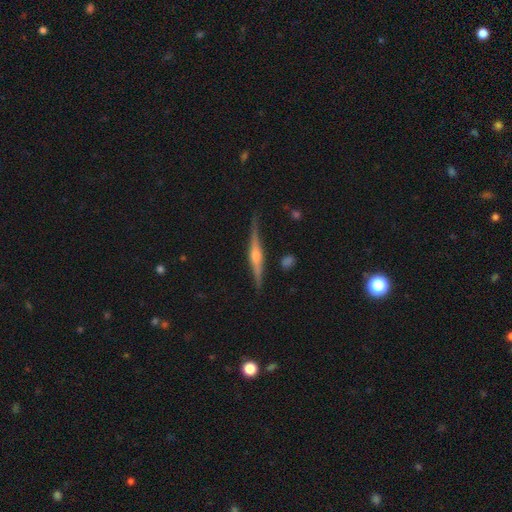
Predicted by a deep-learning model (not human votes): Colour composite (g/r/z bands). It shows a featured or disk galaxy (81%) viewed edge-on (98%) with a rounded central bulge (89%). Merging: none (86%).